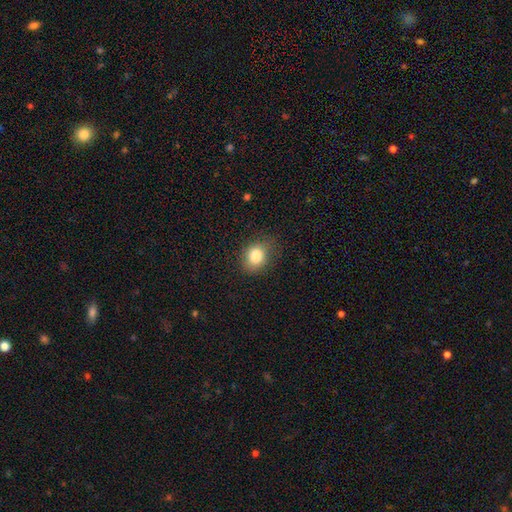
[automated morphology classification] Smooth or featured?
  - smooth: 82% *
  - star or artifact: 10%
  - featured or disk: 8%
How rounded?
  - round: 55% *
  - in between: 44%
  - cigar-shaped: 1%
Merging?
  - none: 77% *
  - minor disturbance: 17%
  - major disturbance: 5%
  - merger: 1%